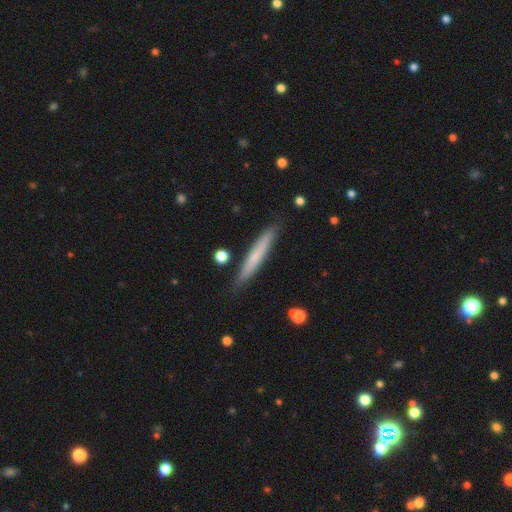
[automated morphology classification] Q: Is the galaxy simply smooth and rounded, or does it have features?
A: smooth — 62%.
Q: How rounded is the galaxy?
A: cigar-shaped — 96%.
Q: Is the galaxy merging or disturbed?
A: none — 88%.